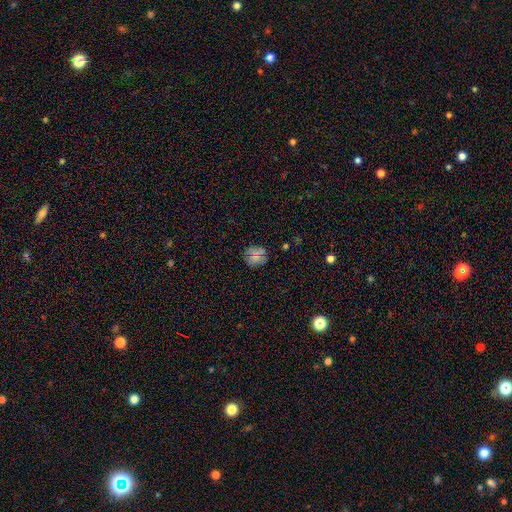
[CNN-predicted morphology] smooth_or_featured: smooth (p=0.73) [alt: star or artifact p=0.16]
how_rounded: round (p=0.81) [alt: in between p=0.18]
merging: none (p=0.80) [alt: minor disturbance p=0.14]